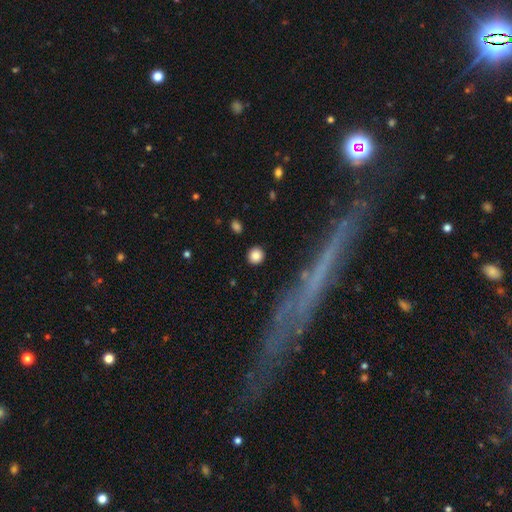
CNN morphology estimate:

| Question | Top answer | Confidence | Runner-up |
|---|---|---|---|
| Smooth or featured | smooth | 85% | star or artifact (9%) |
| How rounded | round | 92% | in between (7%) |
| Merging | none | 89% | minor disturbance (6%) |